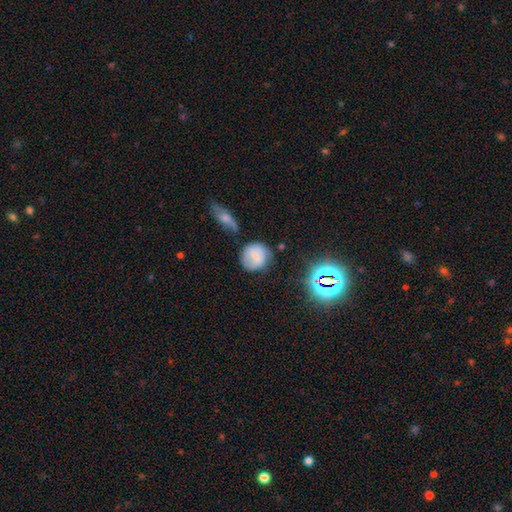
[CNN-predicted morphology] smooth_or_featured: smooth (p=0.65) [alt: featured or disk p=0.23]
how_rounded: round (p=0.86) [alt: in between p=0.13]
merging: none (p=0.69) [alt: minor disturbance p=0.19]